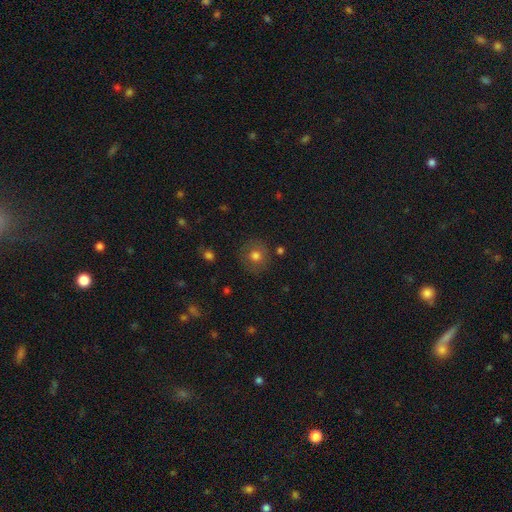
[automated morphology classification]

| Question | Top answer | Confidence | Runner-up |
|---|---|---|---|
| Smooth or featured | smooth | 73% | featured or disk (15%) |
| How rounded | round | 88% | in between (11%) |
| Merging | none | 85% | minor disturbance (10%) |